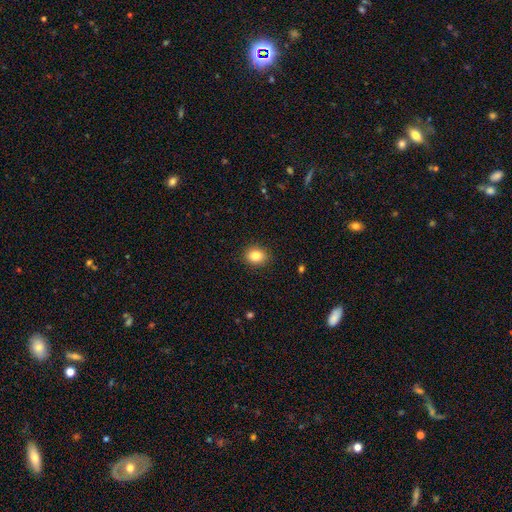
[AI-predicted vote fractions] Overall: smooth (85%). How rounded: round (52%; in between 47%). Merging: none (89%).